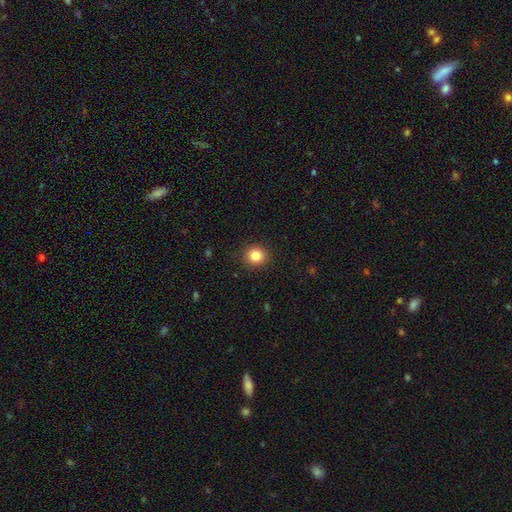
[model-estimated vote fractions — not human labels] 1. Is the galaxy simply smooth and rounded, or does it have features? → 84% smooth, 10% star or artifact, 5% featured or disk.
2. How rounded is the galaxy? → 86% round, 13% in between, 1% cigar-shaped.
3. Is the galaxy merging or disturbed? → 90% none, 6% minor disturbance, 2% major disturbance, 1% merger.